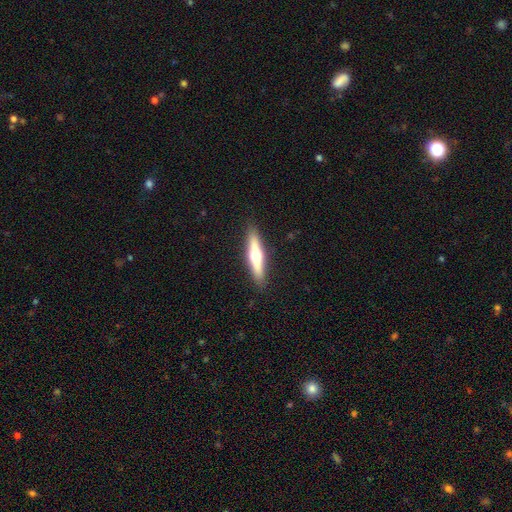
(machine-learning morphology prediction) Overall: featured or disk (56%; smooth 38%). Edge-on disk: yes (95%). Edge-on bulge: rounded (93%). Merging: none (90%).